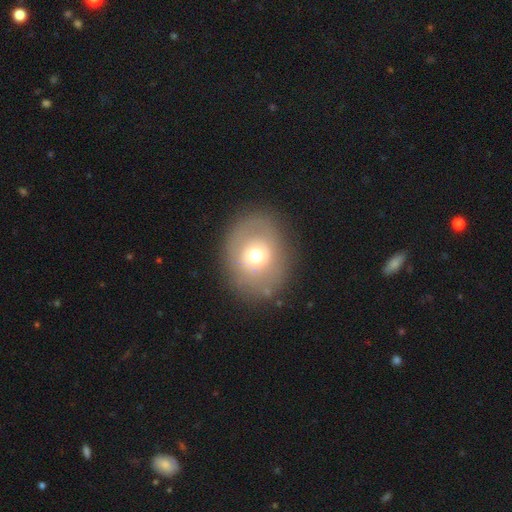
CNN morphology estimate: Smooth or featured?
  - smooth: 58% *
  - featured or disk: 33%
  - star or artifact: 9%
How rounded?
  - round: 57% *
  - in between: 42%
  - cigar-shaped: 1%
Merging?
  - none: 79% *
  - minor disturbance: 13%
  - major disturbance: 7%
  - merger: 2%